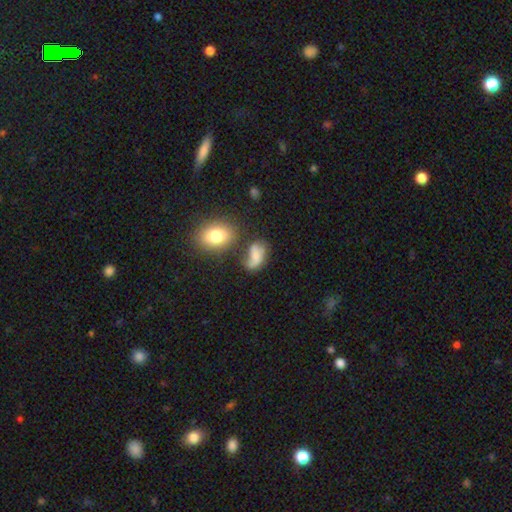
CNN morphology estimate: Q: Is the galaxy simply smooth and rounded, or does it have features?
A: smooth — 48%.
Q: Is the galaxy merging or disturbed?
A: none — 39%.